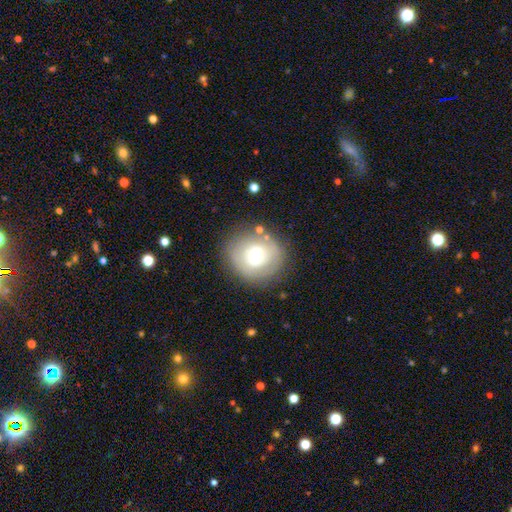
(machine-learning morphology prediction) Smooth or featured? Predicted: smooth (p=0.53). How rounded? Predicted: round (p=0.84). Merging? Predicted: none (p=0.78).